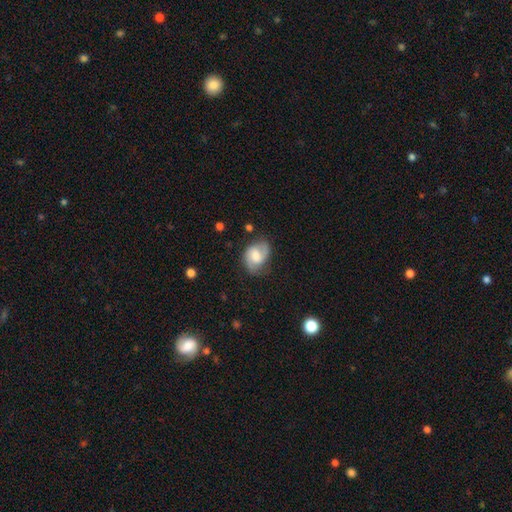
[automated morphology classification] The model was most divided on "bar": weak: 49%, no: 38%, strong: 13%. Remaining: edge-on disk — no (97%); spiral arms — yes (88%); merging — none (64%); smooth or featured — featured or disk (58%); bulge size — moderate (45%).